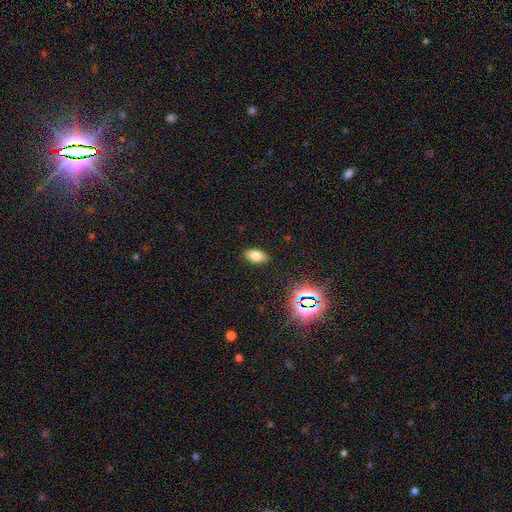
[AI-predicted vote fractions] Q: Smooth or featured?
A: smooth (74%); runner-up: star or artifact (14%)
Q: How rounded?
A: in between (90%); runner-up: round (6%)
Q: Merging?
A: none (88%); runner-up: minor disturbance (9%)